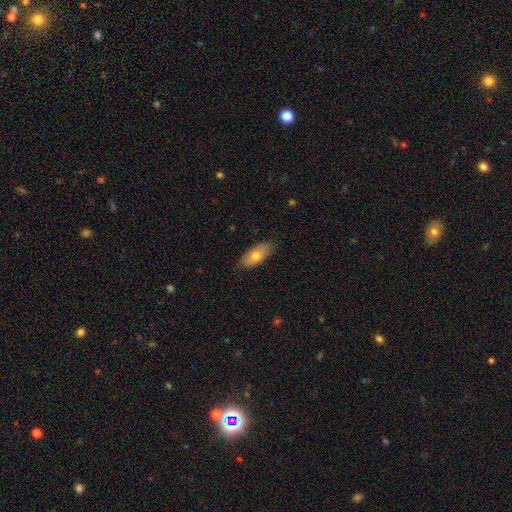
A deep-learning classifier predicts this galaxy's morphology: A smooth galaxy with no disk features (69%) that is in between round and cigar-shaped (90%). Merging: none (83%).